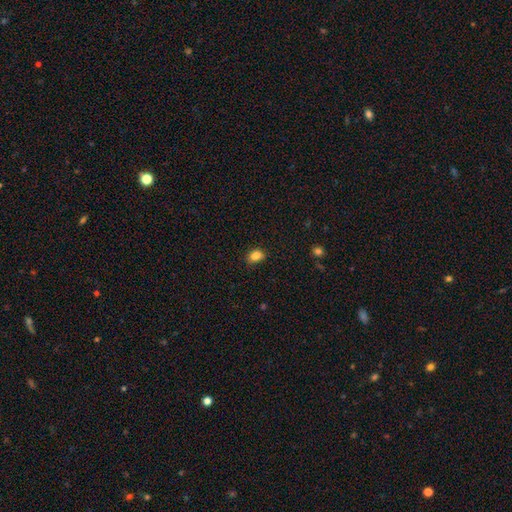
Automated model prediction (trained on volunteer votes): Q: Smooth or featured?
A: smooth (84%); runner-up: star or artifact (11%)
Q: How rounded?
A: in between (75%); runner-up: round (23%)
Q: Merging?
A: none (70%); runner-up: minor disturbance (19%)